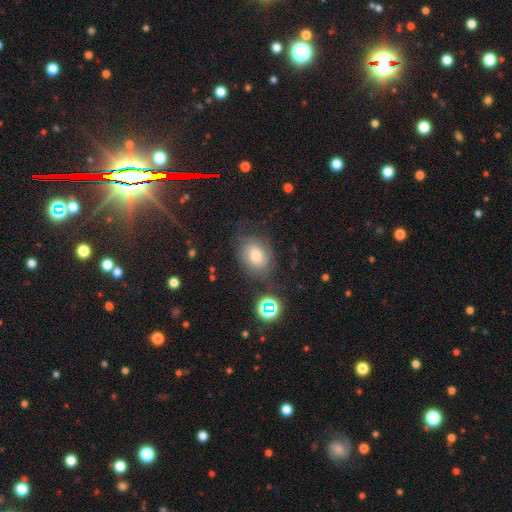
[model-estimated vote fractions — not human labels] Morphology: type=smooth (47%); merging=none (61%).